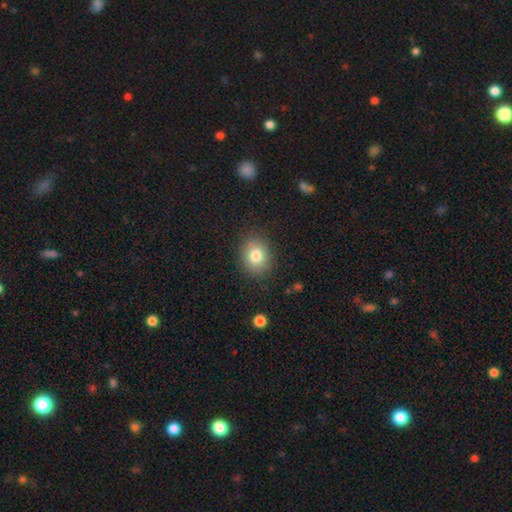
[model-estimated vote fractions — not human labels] A smooth galaxy with no disk features (79%) that is round (53%). Merging: none (84%).